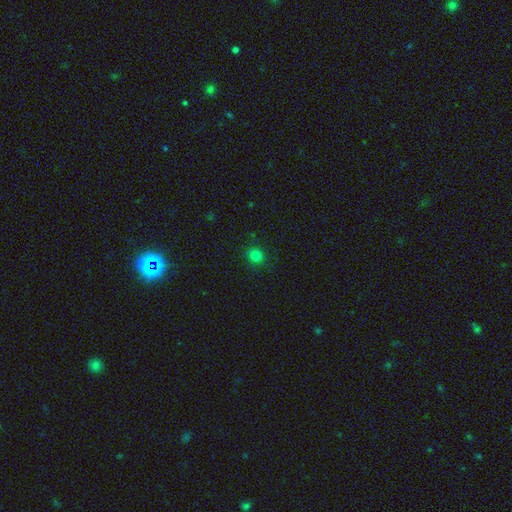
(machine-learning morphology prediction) This is clearly a smooth galaxy (81%). How rounded: clearly round (90%). Merging: clearly none (91%).